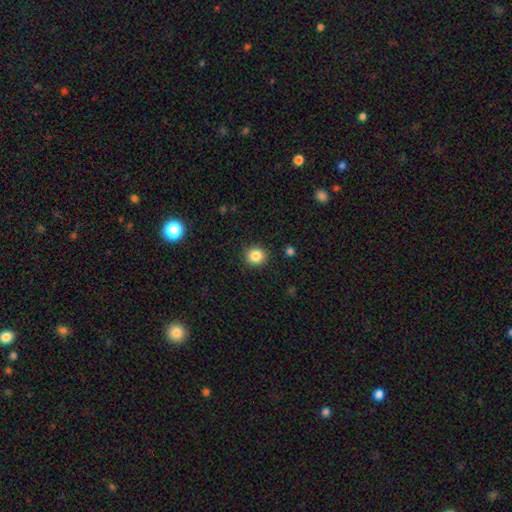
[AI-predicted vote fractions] Morphology: type=smooth (84%); roundness=round (89%); merging=none (90%).